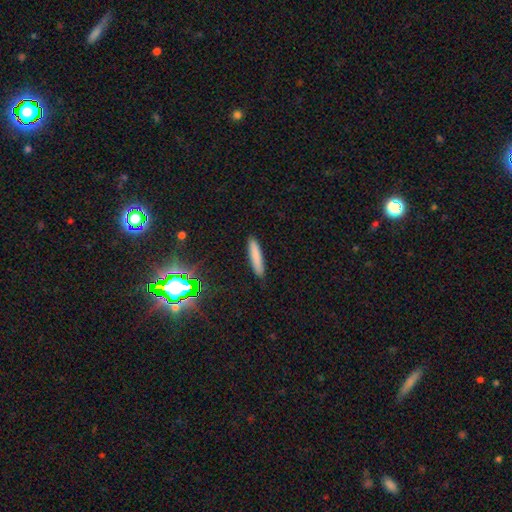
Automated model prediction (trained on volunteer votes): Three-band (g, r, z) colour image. It shows a smooth galaxy with no disk features (80%) that is cigar-shaped (88%). Merging: none (90%).